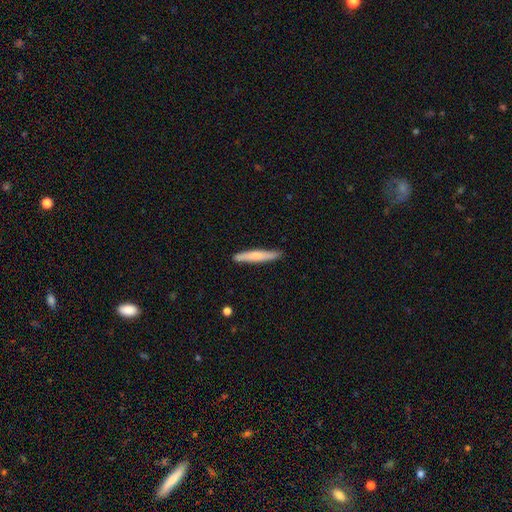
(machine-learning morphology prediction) Overall: smooth (64%; featured or disk 30%). How rounded: cigar-shaped (94%). Merging: none (88%).